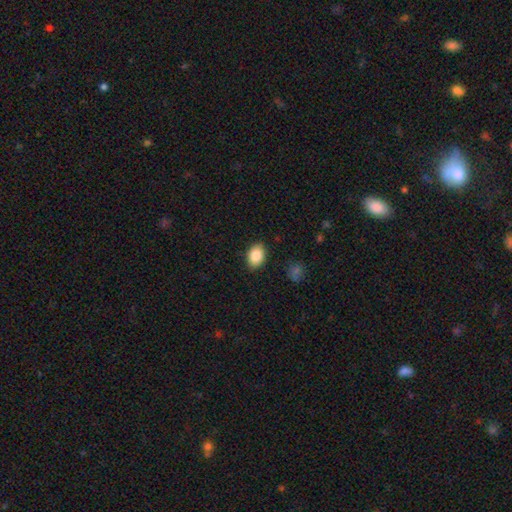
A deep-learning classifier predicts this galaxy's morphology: Q: Smooth or featured?
A: smooth (86%); runner-up: star or artifact (7%)
Q: How rounded?
A: in between (84%); runner-up: round (15%)
Q: Merging?
A: none (88%); runner-up: minor disturbance (8%)